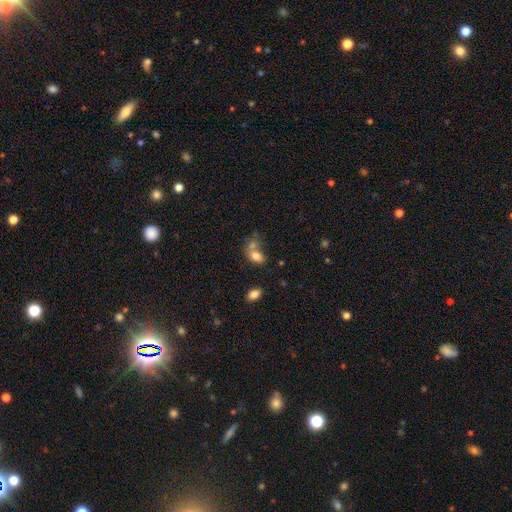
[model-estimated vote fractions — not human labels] This appears to be a smooth galaxy with no disk features (77%) that is in between round and cigar-shaped (78%). Merging: merger (51%).